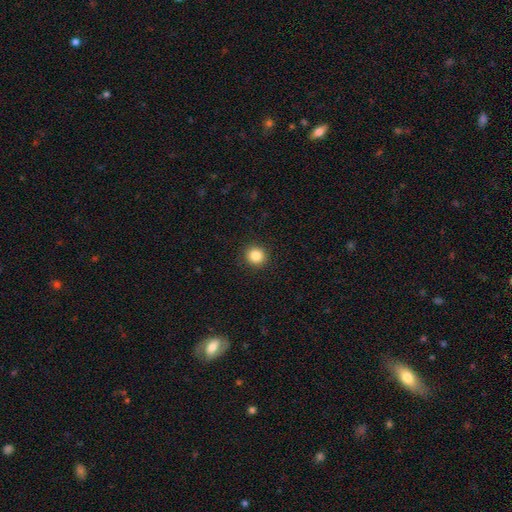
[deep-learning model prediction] Smooth or featured: smooth — 85% (star or artifact — 10%)
How rounded: round — 90% (in between — 9%)
Merging: none — 92% (minor disturbance — 5%)